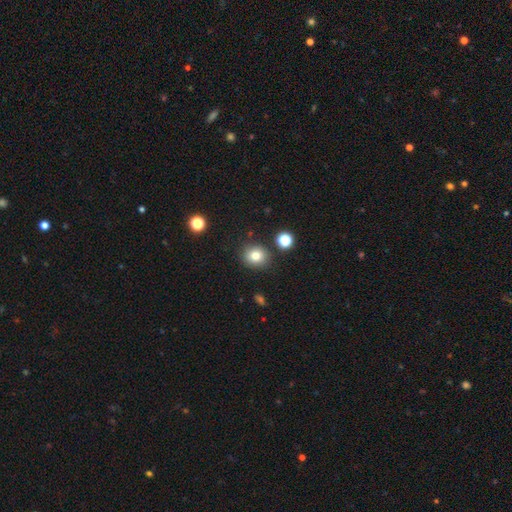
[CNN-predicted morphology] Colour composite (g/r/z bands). It shows a smooth galaxy with no disk features (79%) that is round (79%). Merging: none (85%).